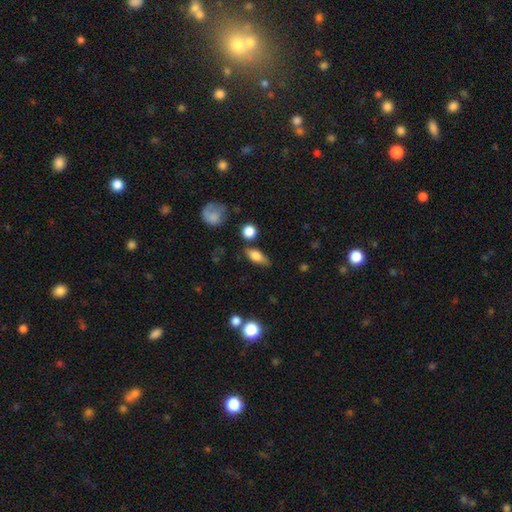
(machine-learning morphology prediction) Smooth or featured: smooth — 73% (featured or disk — 19%)
How rounded: in between — 73% (cigar-shaped — 19%)
Merging: none — 75% (minor disturbance — 16%)